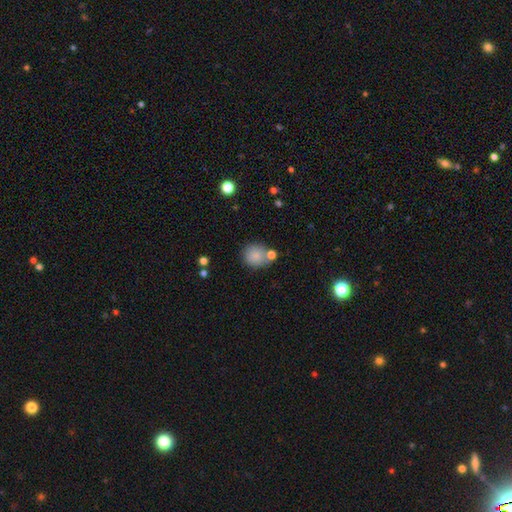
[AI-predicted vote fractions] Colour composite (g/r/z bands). It shows a smooth galaxy with no disk features (84%) that is round (83%). Merging: none (64%).